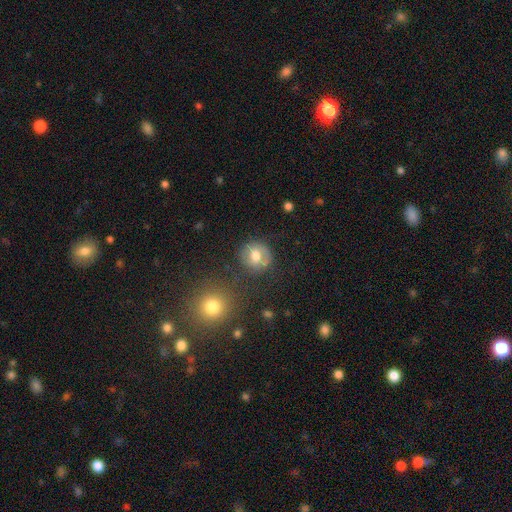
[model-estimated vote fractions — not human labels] This is possibly a smooth galaxy (60%). How rounded: clearly round (83%). Merging: likely none (74%).